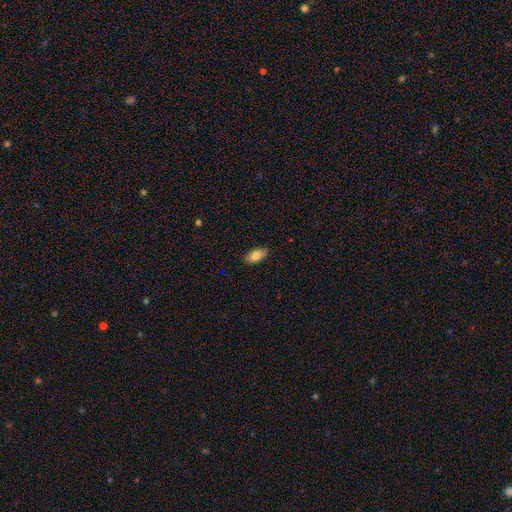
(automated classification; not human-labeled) The model was most divided on "smooth or featured": smooth: 81%, featured or disk: 12%, star or artifact: 7%. More confident: how rounded — in between (92%); merging — none (87%).